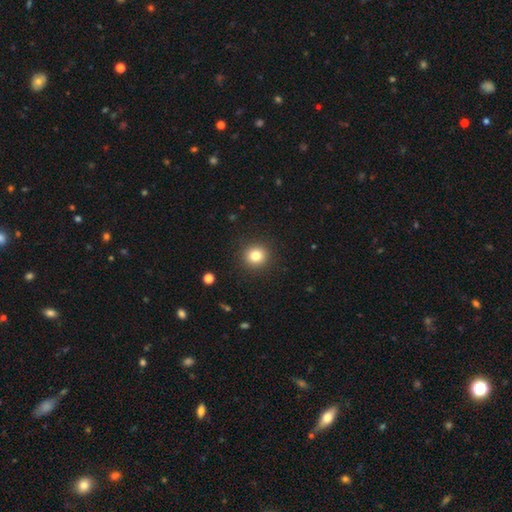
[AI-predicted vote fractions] The model was most divided on "smooth or featured": smooth: 81%, star or artifact: 12%, featured or disk: 7%. More confident: how rounded — round (92%); merging — none (91%).